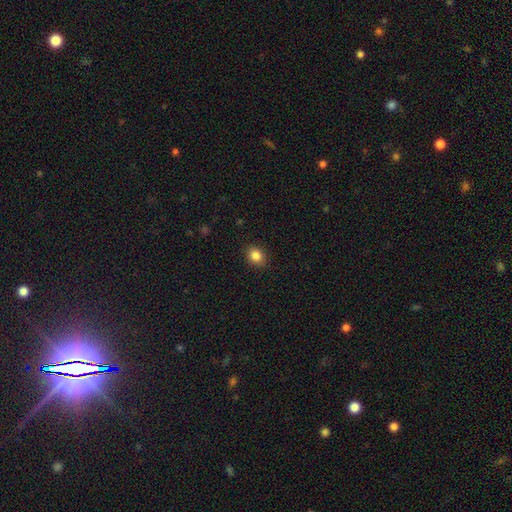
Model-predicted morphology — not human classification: Smooth or featured? smooth (85%)
How rounded? round (50%)
Merging? none (89%)